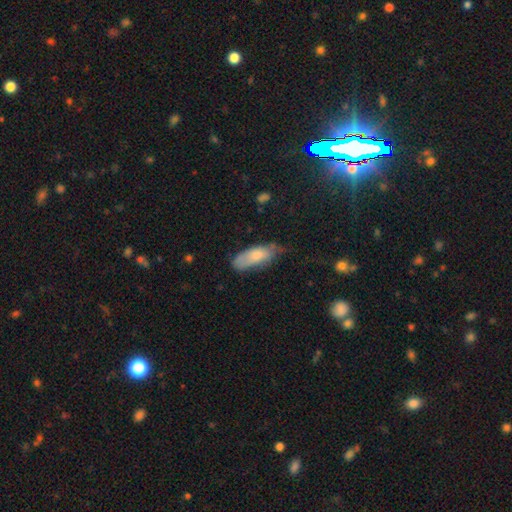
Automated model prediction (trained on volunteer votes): Smooth or featured?
  - smooth: 73% *
  - featured or disk: 21%
  - star or artifact: 6%
How rounded?
  - in between: 77% *
  - cigar-shaped: 21%
  - round: 2%
Merging?
  - none: 45% *
  - minor disturbance: 40%
  - major disturbance: 13%
  - merger: 3%